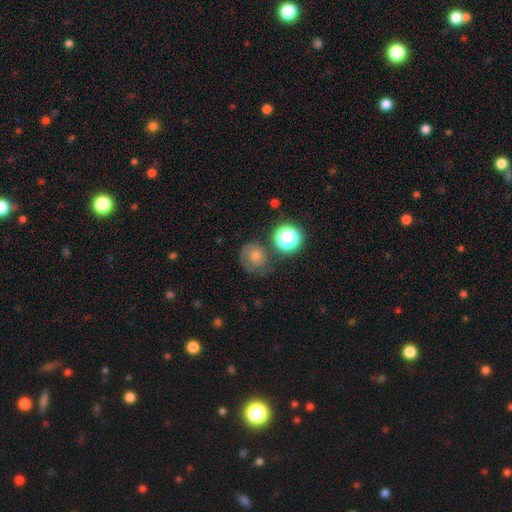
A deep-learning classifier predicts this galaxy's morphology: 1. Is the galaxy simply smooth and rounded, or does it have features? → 40% smooth, 31% featured or disk, 28% star or artifact.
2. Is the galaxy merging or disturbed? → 69% none, 16% minor disturbance, 8% major disturbance, 6% merger.